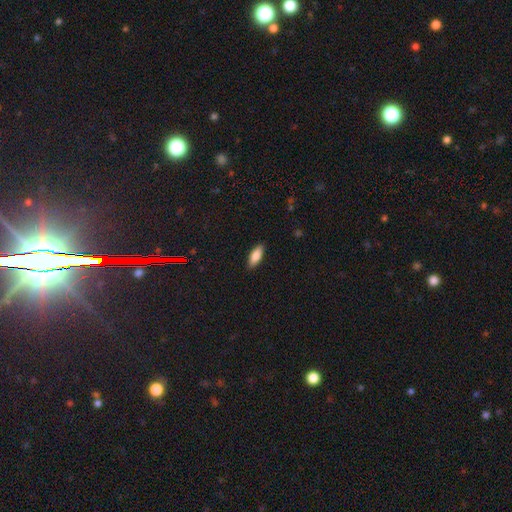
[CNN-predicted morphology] Smooth or featured? smooth (85%)
How rounded? in between (75%)
Merging? none (88%)